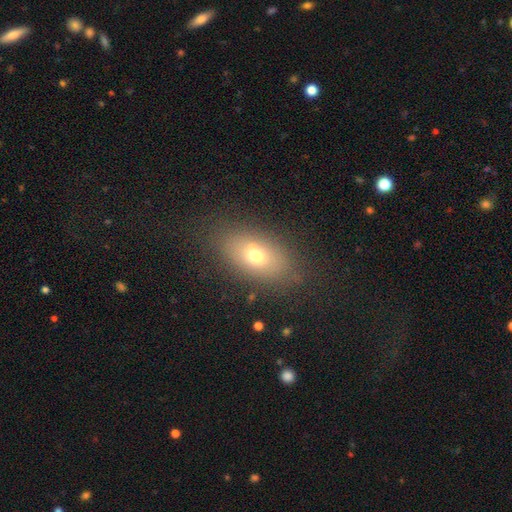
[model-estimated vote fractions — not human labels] smooth-or-featured: smooth: 68% | featured or disk: 19% | star or artifact: 13%
  how-rounded: in between: 84% | round: 12% | cigar-shaped: 4%
  merging: none: 80% | minor disturbance: 12% | major disturbance: 5% | merger: 2%